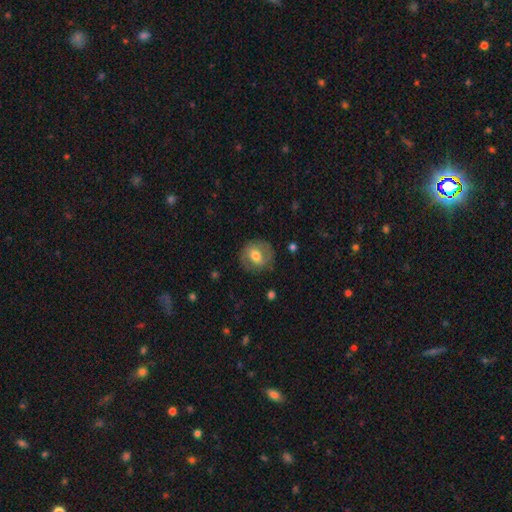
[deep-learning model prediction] Overall: smooth (50%; featured or disk 43%). Merging: none (81%).